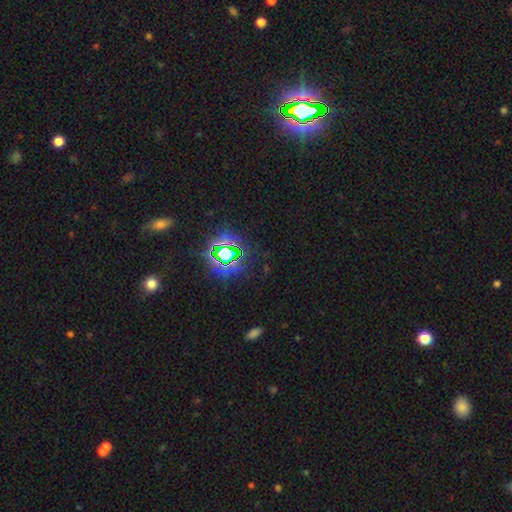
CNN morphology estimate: Smooth or featured? Predicted: star or artifact (p=0.79).